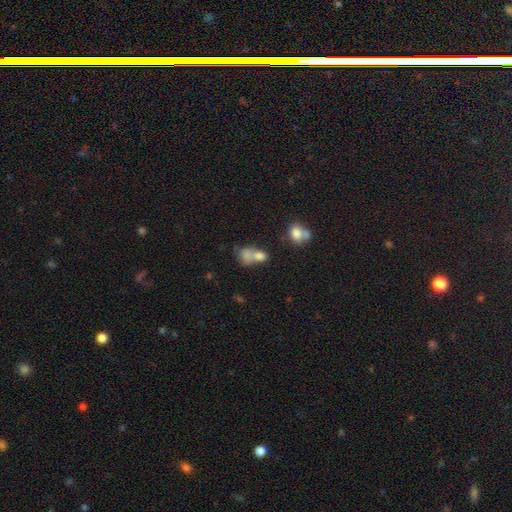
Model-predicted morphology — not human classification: A smooth galaxy with no disk features (74%) that is in between round and cigar-shaped (62%).

Vote fractions:
- Smooth or featured? smooth: 74% / featured or disk: 15% / star or artifact: 11%
- How rounded? in between: 62% / round: 36% / cigar-shaped: 2%
- Merging? merger: 60% / none: 22% / minor disturbance: 10% / major disturbance: 8%